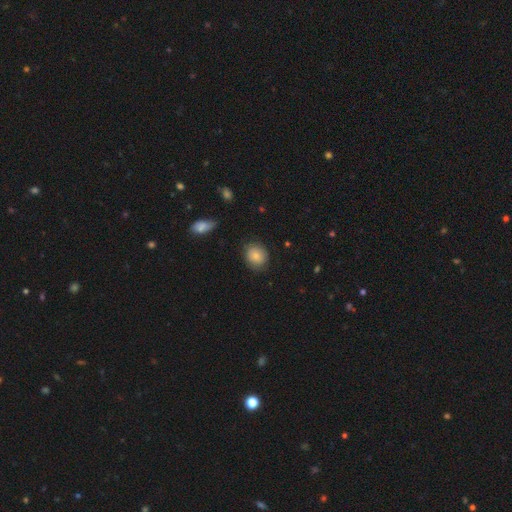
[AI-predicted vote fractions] Smooth or featured: smooth — 80% (featured or disk — 12%)
How rounded: round — 69% (in between — 30%)
Merging: none — 78% (minor disturbance — 16%)